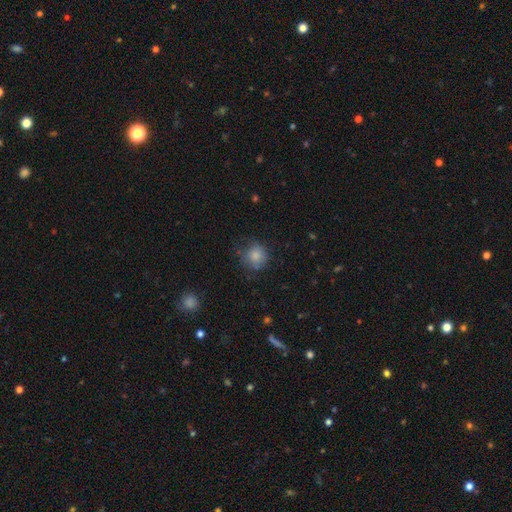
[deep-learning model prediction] Smooth or featured?
  - smooth: 81% *
  - star or artifact: 10%
  - featured or disk: 8%
How rounded?
  - round: 88% *
  - in between: 11%
  - cigar-shaped: 1%
Merging?
  - none: 69% *
  - minor disturbance: 22%
  - major disturbance: 8%
  - merger: 2%